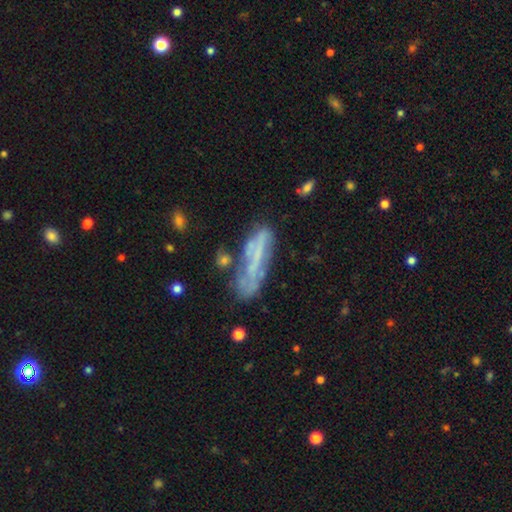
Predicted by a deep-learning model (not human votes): A featured or disk galaxy (52%).

Vote fractions:
- Smooth or featured? featured or disk: 52% / smooth: 36% / star or artifact: 12%
- Edge-on disk? no: 64% / yes: 36%
- Merging? none: 53% / minor disturbance: 23% / major disturbance: 15% / merger: 9%